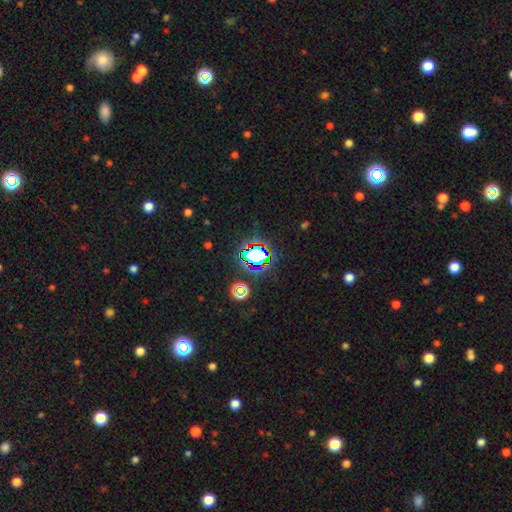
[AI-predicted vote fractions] Smooth or featured? star or artifact (66%)